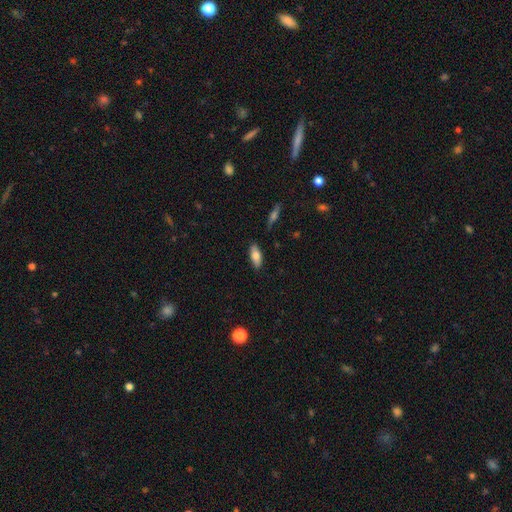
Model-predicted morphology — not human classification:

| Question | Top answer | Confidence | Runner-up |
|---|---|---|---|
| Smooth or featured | smooth | 76% | featured or disk (17%) |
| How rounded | in between | 83% | cigar-shaped (15%) |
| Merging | none | 85% | minor disturbance (11%) |